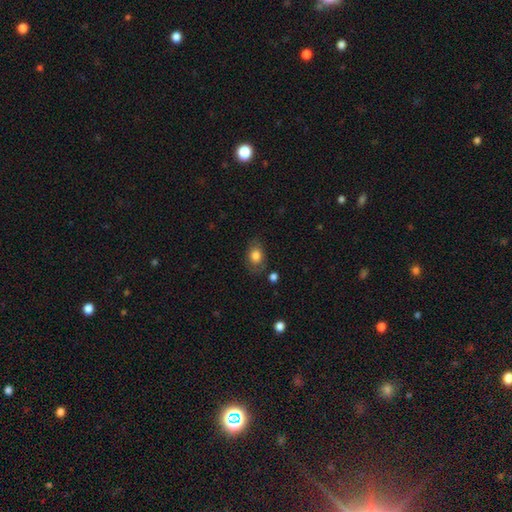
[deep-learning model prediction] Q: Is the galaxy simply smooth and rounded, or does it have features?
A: smooth — 79%.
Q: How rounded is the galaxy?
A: in between — 72%.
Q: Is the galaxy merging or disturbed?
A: none — 73%.